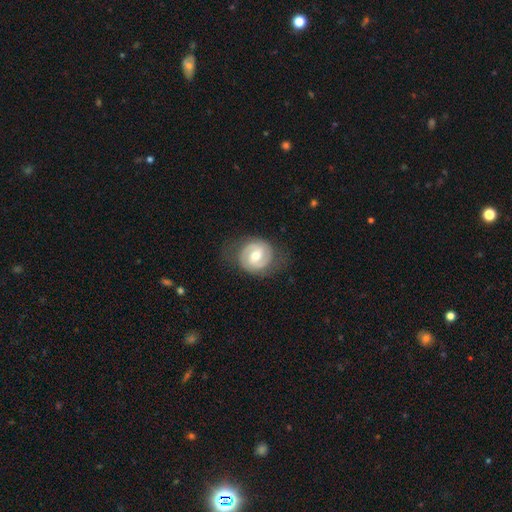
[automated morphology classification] Smooth or featured?
  - featured or disk: 72% *
  - smooth: 23%
  - star or artifact: 5%
Edge-on disk?
  - no: 98% *
  - yes: 2%
Bar?
  - weak: 53% *
  - no: 27%
  - strong: 20%
Spiral arms?
  - yes: 89% *
  - no: 11%
Spiral winding?
  - tight: 44% *
  - medium: 42%
  - loose: 14%
Spiral arm count?
  - 2: 87% *
  - can't tell: 7%
  - 1: 2%
  - 3: 1%
  - 4: 1%
  - more than 4: 1%
Bulge size?
  - moderate: 71% *
  - small: 20%
  - large: 7%
  - none: 1%
  - dominant: 1%
Merging?
  - none: 74% *
  - minor disturbance: 17%
  - major disturbance: 8%
  - merger: 1%